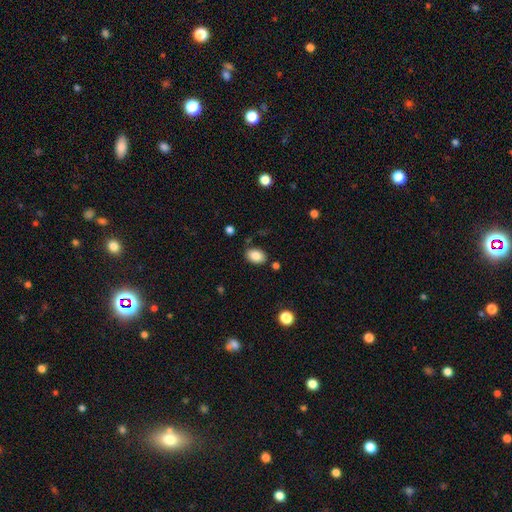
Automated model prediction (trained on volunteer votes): A smooth galaxy with no disk features (85%) that is in between round and cigar-shaped (84%). Merging: none (82%).